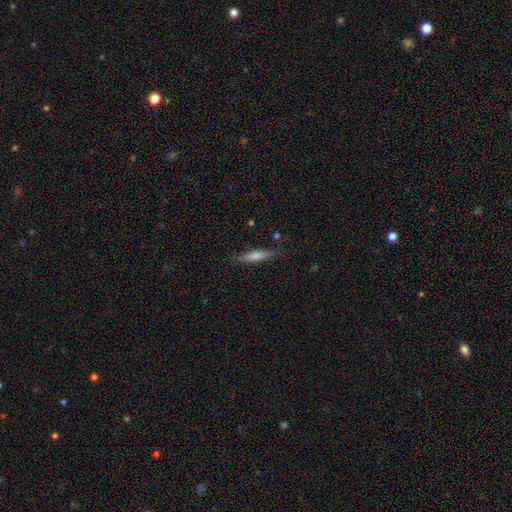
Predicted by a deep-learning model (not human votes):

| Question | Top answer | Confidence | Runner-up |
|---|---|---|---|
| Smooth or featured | featured or disk | 48% | smooth (44%) |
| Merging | none | 84% | minor disturbance (11%) |